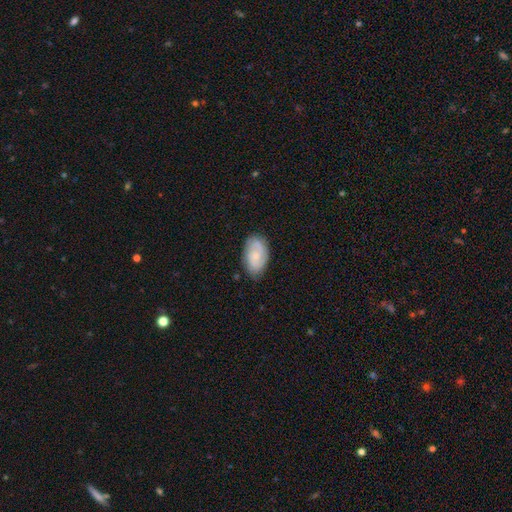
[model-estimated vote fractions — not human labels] Smooth or featured?
  - smooth: 49% *
  - featured or disk: 45%
  - star or artifact: 7%
Merging?
  - none: 76% *
  - minor disturbance: 19%
  - major disturbance: 4%
  - merger: 2%